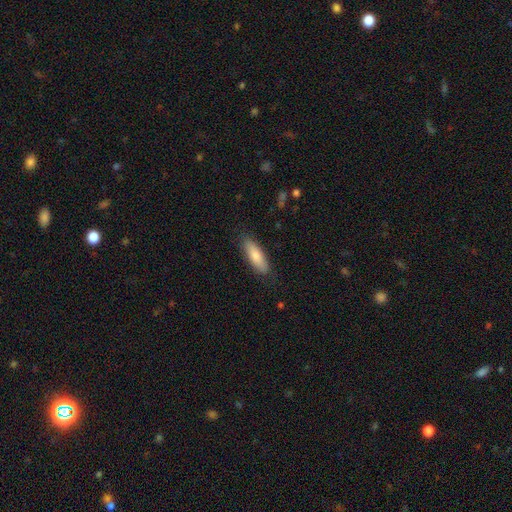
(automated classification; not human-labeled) The model was most divided on "how rounded": in between: 54%, cigar-shaped: 44%, round: 2%. More confident: merging — none (84%); smooth or featured — smooth (80%).